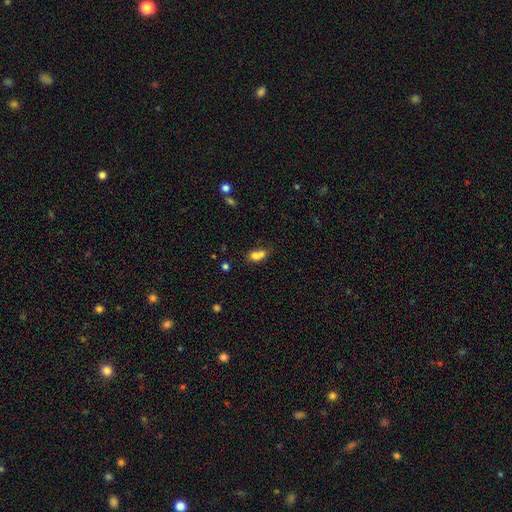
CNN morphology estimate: smooth-or-featured: smooth: 74% | featured or disk: 15% | star or artifact: 12%
  how-rounded: in between: 61% | round: 34% | cigar-shaped: 5%
  merging: merger: 59% | none: 25% | minor disturbance: 11% | major disturbance: 6%